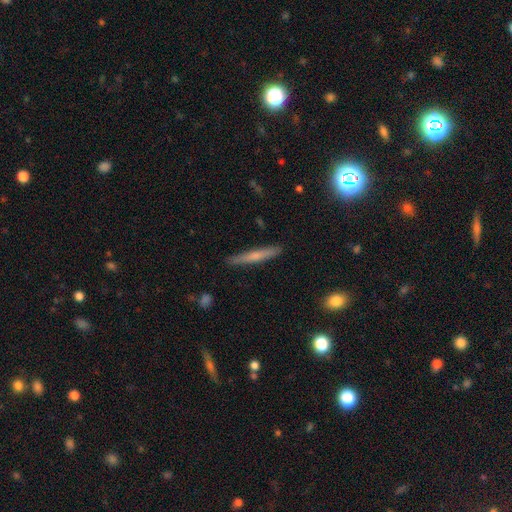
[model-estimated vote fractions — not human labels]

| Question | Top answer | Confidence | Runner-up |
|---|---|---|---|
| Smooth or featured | smooth | 49% | featured or disk (44%) |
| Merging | none | 89% | minor disturbance (8%) |